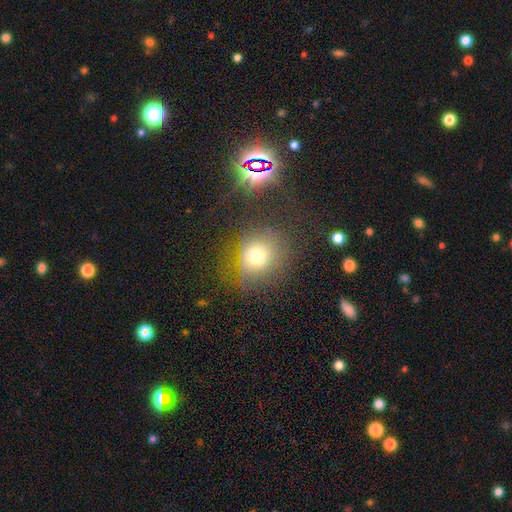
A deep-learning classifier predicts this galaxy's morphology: This appears to be a smooth galaxy with no disk features (63%) that is round (72%). Merging: none (61%).